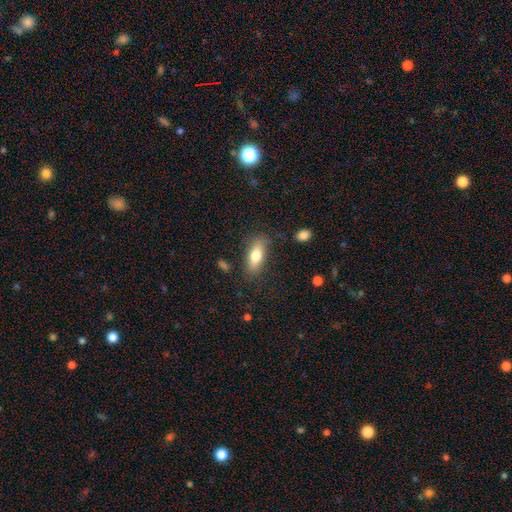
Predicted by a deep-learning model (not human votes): smooth 74%, featured or disk 19%, star or artifact 7%. Down the decision tree: how rounded — in between (74%); merging — none (76%).